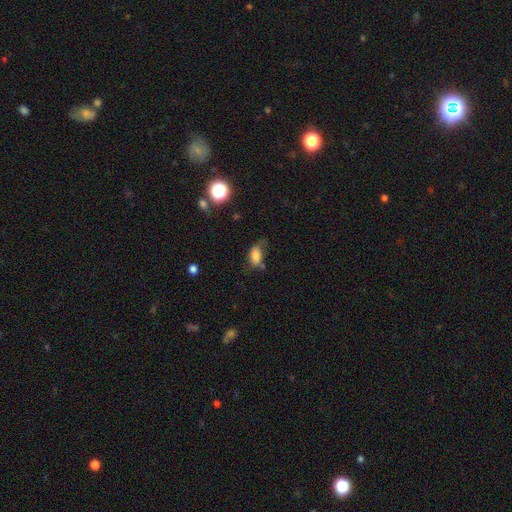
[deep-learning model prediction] Smooth or featured? Predicted: smooth (p=0.75). How rounded? Predicted: in between (p=0.88). Merging? Predicted: none (p=0.41).